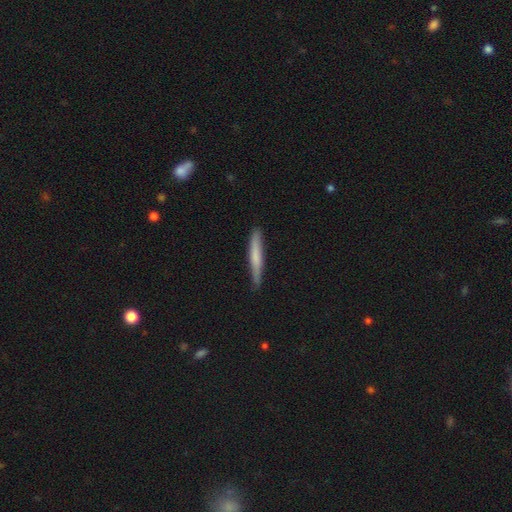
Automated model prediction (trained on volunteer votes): Smooth or featured: smooth — 62% (featured or disk — 33%)
How rounded: cigar-shaped — 95% (in between — 4%)
Merging: none — 83% (minor disturbance — 14%)